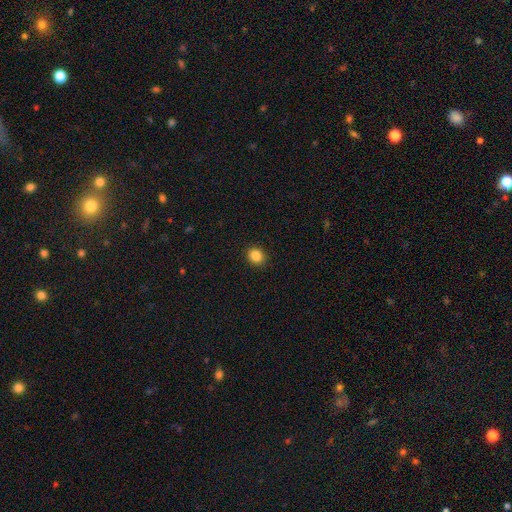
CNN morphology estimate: Smooth or featured? smooth (86%)
How rounded? round (73%)
Merging? none (90%)